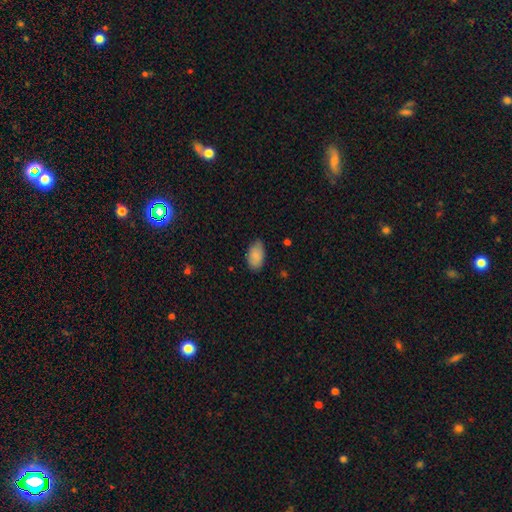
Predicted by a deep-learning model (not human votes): Morphology: type=smooth (88%); roundness=in between (94%); merging=none (75%).